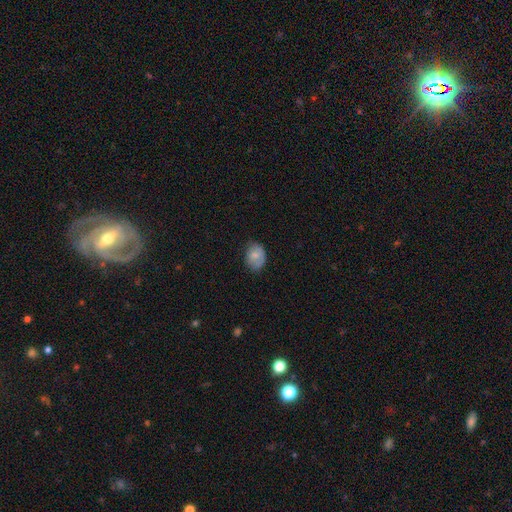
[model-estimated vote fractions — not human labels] A smooth galaxy with no disk features (73%) that is in between round and cigar-shaped (68%). Merging: none (65%).